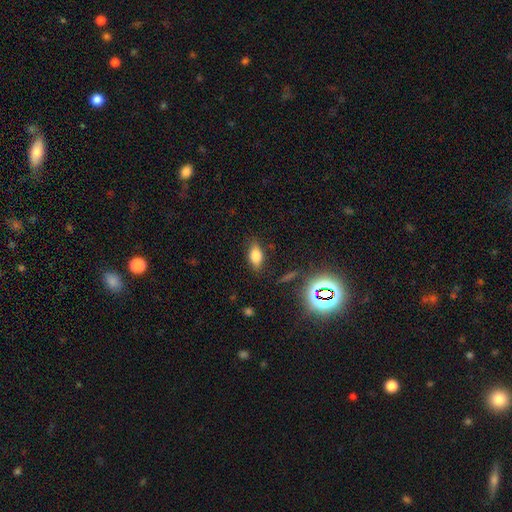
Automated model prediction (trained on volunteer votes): Q: Smooth or featured?
A: smooth (74%); runner-up: star or artifact (13%)
Q: How rounded?
A: in between (84%); runner-up: cigar-shaped (8%)
Q: Merging?
A: none (81%); runner-up: minor disturbance (14%)